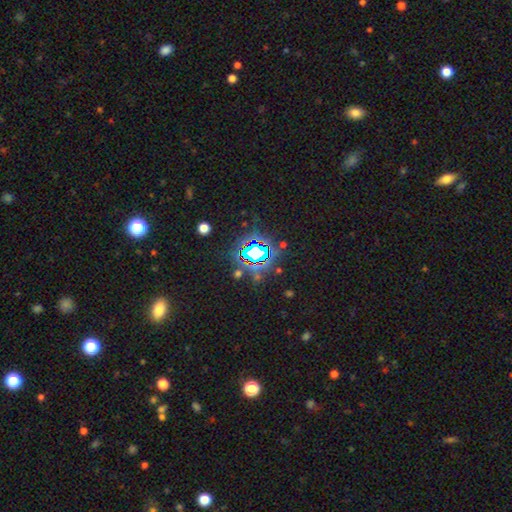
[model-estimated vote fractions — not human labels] A star or artifact, not a galaxy (74%).

Vote fractions:
- Smooth or featured? star or artifact: 74% / smooth: 14% / featured or disk: 12%